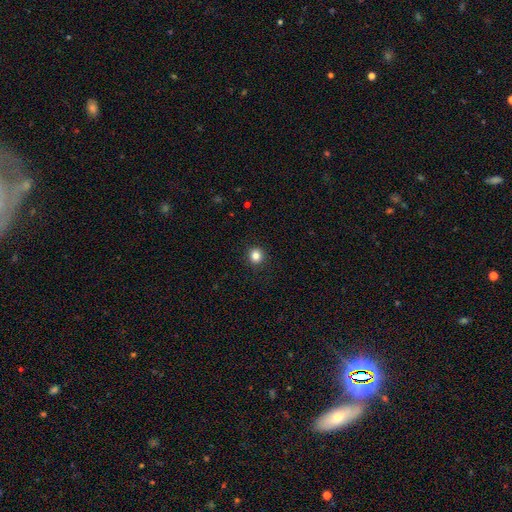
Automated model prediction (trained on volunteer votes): smooth-or-featured: smooth: 83% | star or artifact: 12% | featured or disk: 5%
  how-rounded: round: 92% | in between: 8% | cigar-shaped: 1%
  merging: none: 92% | minor disturbance: 5% | major disturbance: 2% | merger: 1%